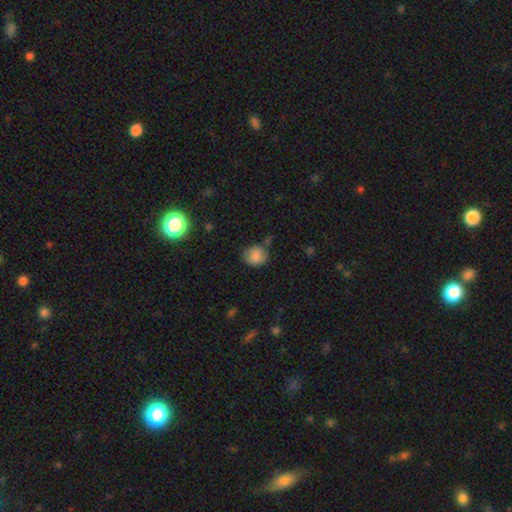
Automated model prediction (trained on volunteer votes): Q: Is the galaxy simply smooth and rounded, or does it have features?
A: smooth — 84%.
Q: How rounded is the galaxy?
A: round — 68%.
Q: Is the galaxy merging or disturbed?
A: none — 68%.